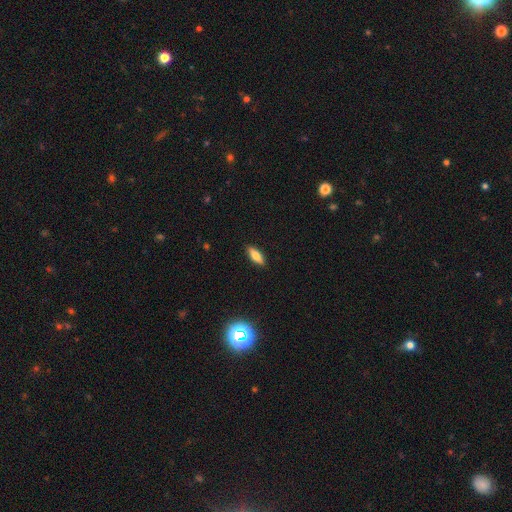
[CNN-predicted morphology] Smooth or featured? Predicted: smooth (p=0.71). How rounded? Predicted: in between (p=0.65). Merging? Predicted: none (p=0.89).